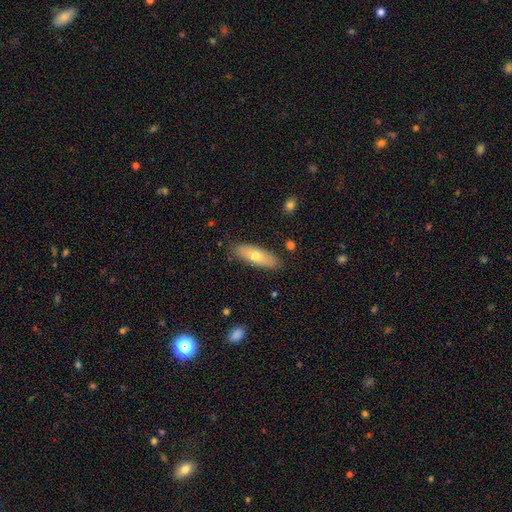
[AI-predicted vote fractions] Q: Smooth or featured?
A: smooth (67%); runner-up: featured or disk (27%)
Q: How rounded?
A: in between (62%); runner-up: cigar-shaped (36%)
Q: Merging?
A: none (84%); runner-up: minor disturbance (12%)